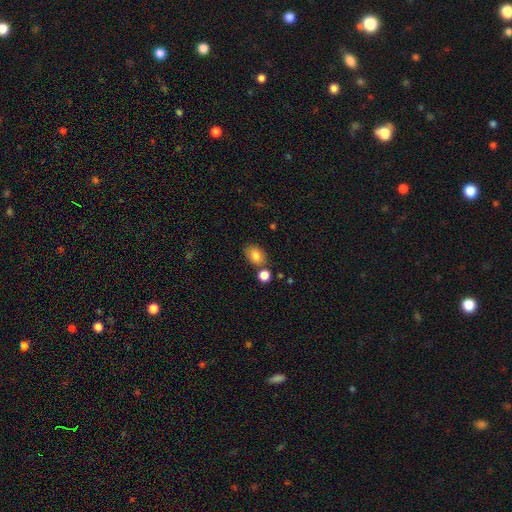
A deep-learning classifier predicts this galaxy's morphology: A smooth galaxy with no disk features (83%) that is in between round and cigar-shaped (75%). Merging: none (68%).